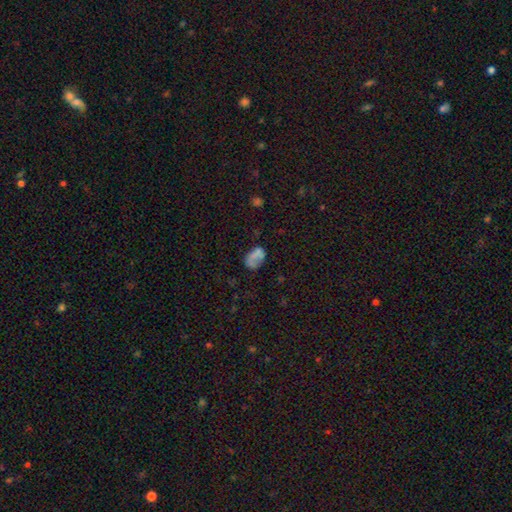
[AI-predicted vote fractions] Q: Smooth or featured?
A: smooth (70%); runner-up: featured or disk (17%)
Q: How rounded?
A: in between (84%); runner-up: round (14%)
Q: Merging?
A: none (47%); runner-up: minor disturbance (26%)